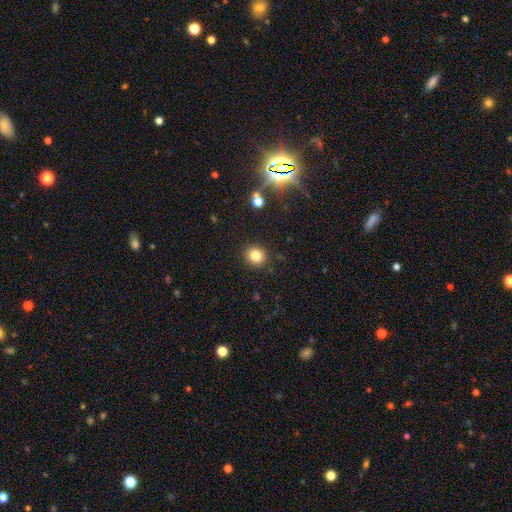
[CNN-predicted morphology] Smooth or featured?
  - smooth: 82% *
  - star or artifact: 12%
  - featured or disk: 6%
How rounded?
  - round: 83% *
  - in between: 17%
  - cigar-shaped: 1%
Merging?
  - none: 89% *
  - minor disturbance: 7%
  - major disturbance: 2%
  - merger: 2%